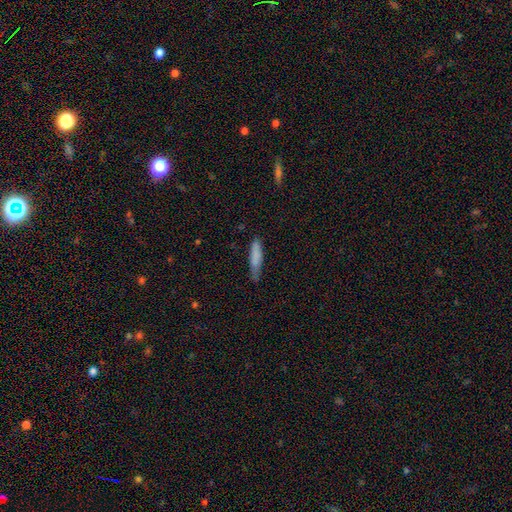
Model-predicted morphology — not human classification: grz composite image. It shows a smooth galaxy with no disk features (80%) that is cigar-shaped (84%). Merging: none (66%).